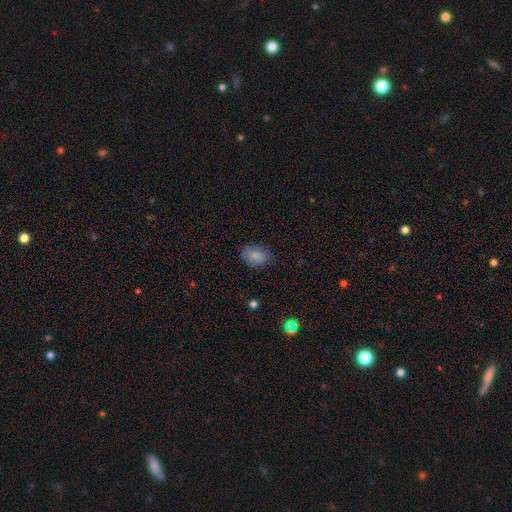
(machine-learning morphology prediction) Smooth or featured?
  - smooth: 85% *
  - star or artifact: 9%
  - featured or disk: 7%
How rounded?
  - in between: 77% *
  - round: 22%
  - cigar-shaped: 1%
Merging?
  - none: 73% *
  - minor disturbance: 21%
  - major disturbance: 5%
  - merger: 1%